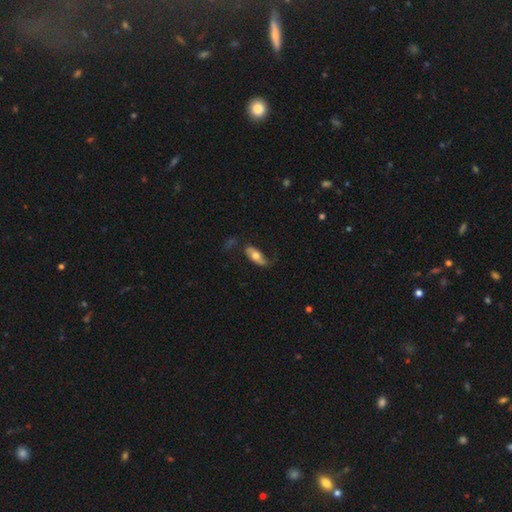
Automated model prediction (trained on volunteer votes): This appears to be a smooth galaxy with no disk features (51%) that is in between round and cigar-shaped (80%). Merging: none (63%).